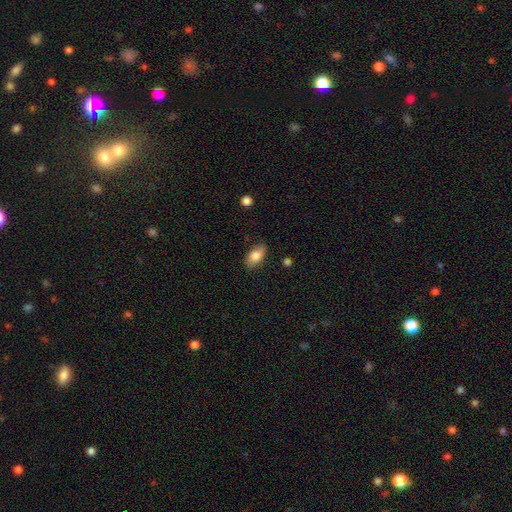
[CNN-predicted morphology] smooth_or_featured: smooth (p=0.81) [alt: featured or disk p=0.12]
how_rounded: in between (p=0.92) [alt: round p=0.05]
merging: none (p=0.83) [alt: minor disturbance p=0.13]